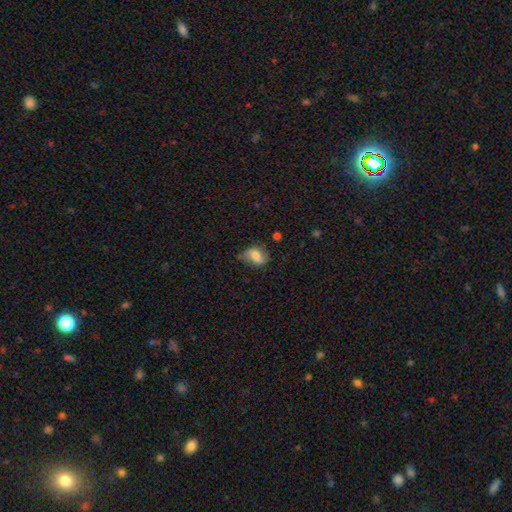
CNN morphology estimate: smooth-or-featured: smooth: 56% | featured or disk: 35% | star or artifact: 9%
  how-rounded: in between: 70% | round: 28% | cigar-shaped: 2%
  merging: none: 61% | minor disturbance: 28% | major disturbance: 9% | merger: 3%